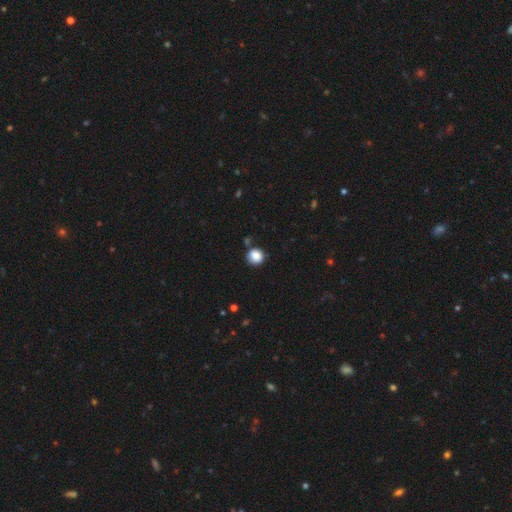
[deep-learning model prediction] smooth-or-featured: smooth: 85% | star or artifact: 10% | featured or disk: 5%
  how-rounded: round: 90% | in between: 9% | cigar-shaped: 1%
  merging: none: 78% | minor disturbance: 13% | merger: 6% | major disturbance: 3%